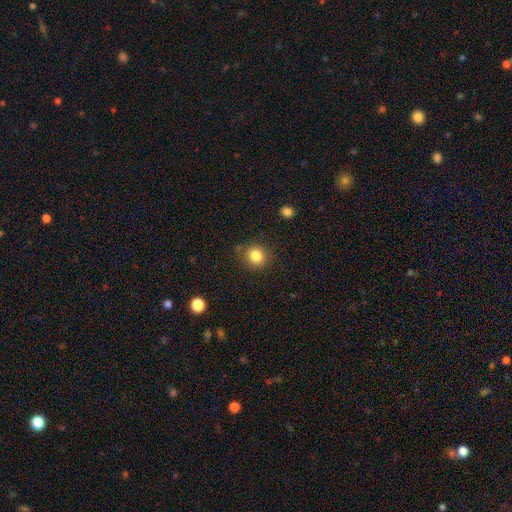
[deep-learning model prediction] smooth-or-featured: smooth: 83% | star or artifact: 11% | featured or disk: 6%
  how-rounded: round: 87% | in between: 12% | cigar-shaped: 1%
  merging: none: 86% | minor disturbance: 9% | major disturbance: 3% | merger: 2%